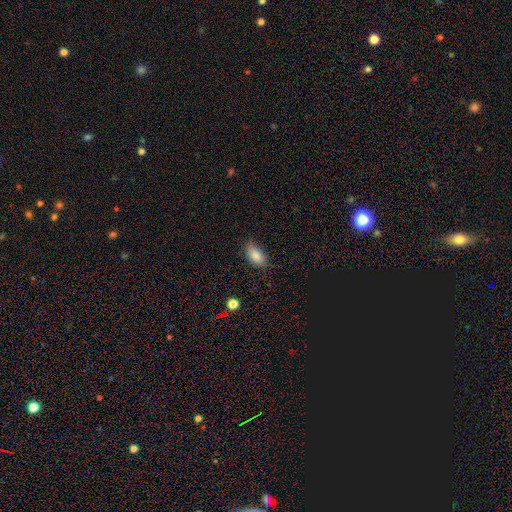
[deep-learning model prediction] A smooth galaxy with no disk features (86%) that is in between round and cigar-shaped (91%). Merging: none (75%).